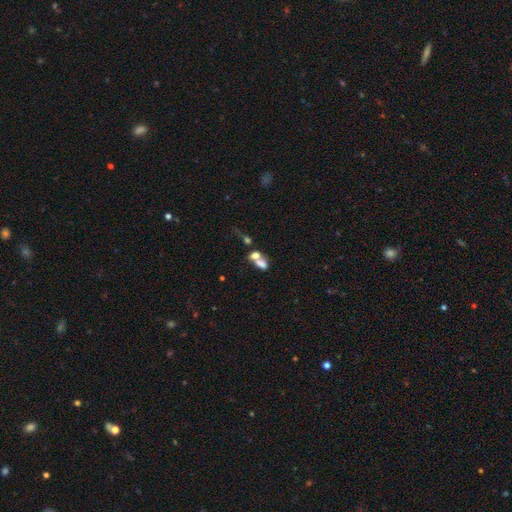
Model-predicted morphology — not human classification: Smooth or featured?
  - smooth: 65% *
  - featured or disk: 21%
  - star or artifact: 14%
How rounded?
  - in between: 72% *
  - round: 23%
  - cigar-shaped: 5%
Merging?
  - merger: 65% *
  - none: 19%
  - major disturbance: 9%
  - minor disturbance: 7%